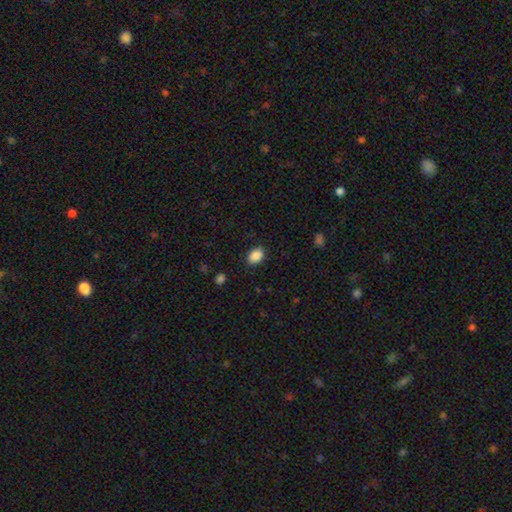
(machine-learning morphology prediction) Q: Smooth or featured?
A: smooth (89%); runner-up: star or artifact (8%)
Q: How rounded?
A: in between (78%); runner-up: round (21%)
Q: Merging?
A: none (85%); runner-up: minor disturbance (11%)